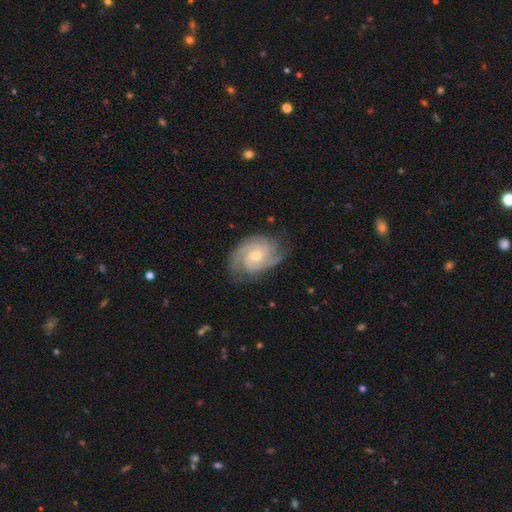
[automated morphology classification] A featured or disk galaxy (91%) with no bar (62%), 2 (38%, tied with 3) tight (63%) spiral arms (98%) and a small central bulge (52%). Merging: none (78%).